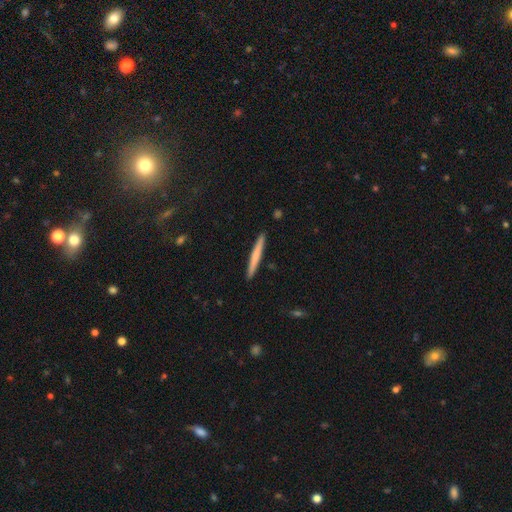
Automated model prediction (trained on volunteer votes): This appears to be a smooth galaxy with no disk features (63%) that is cigar-shaped (97%). Merging: none (92%).